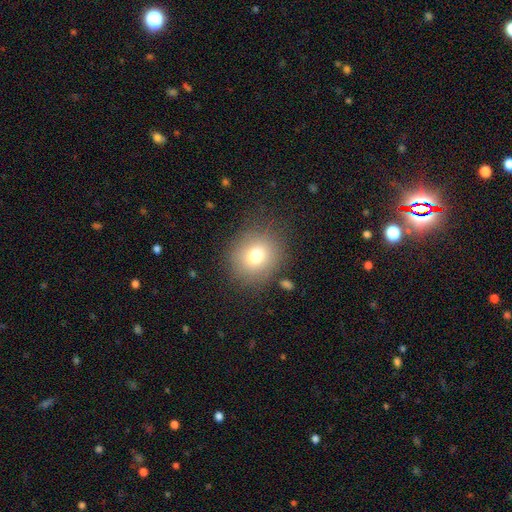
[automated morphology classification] A smooth galaxy with no disk features (74%) that is round (80%). Merging: none (82%).